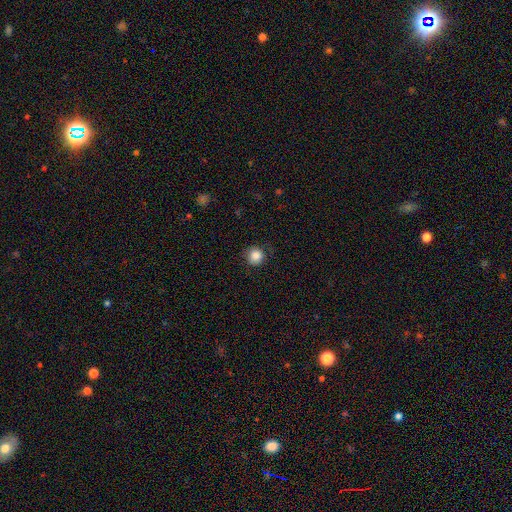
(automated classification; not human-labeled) Smooth or featured: smooth — 86% (star or artifact — 10%)
How rounded: round — 94% (in between — 5%)
Merging: none — 85% (minor disturbance — 11%)